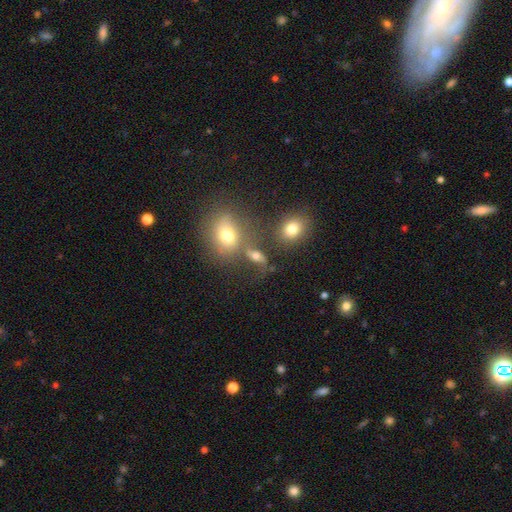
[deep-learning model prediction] Overall: smooth (56%; featured or disk 26%). How rounded: in between (60%; round 33%). Merging: none (45%; merger 26%).